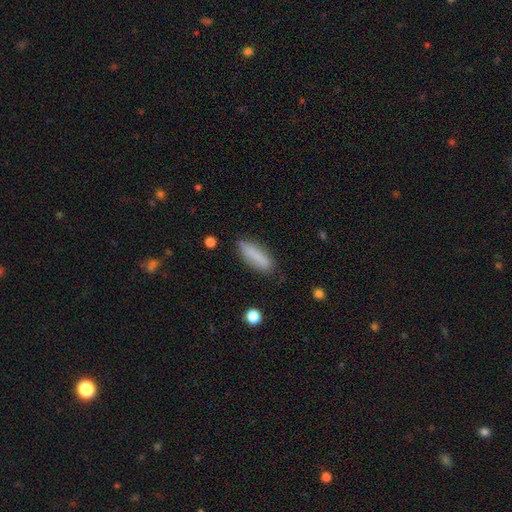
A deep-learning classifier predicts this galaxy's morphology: smooth 80%, featured or disk 12%, star or artifact 8%. Down the decision tree: how rounded — cigar-shaped (57%); merging — none (78%).